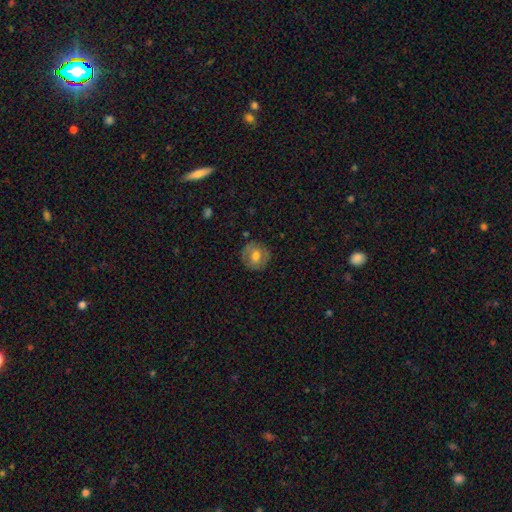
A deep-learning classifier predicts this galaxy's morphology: Overall: smooth (61%; featured or disk 31%). How rounded: round (90%). Merging: none (85%).